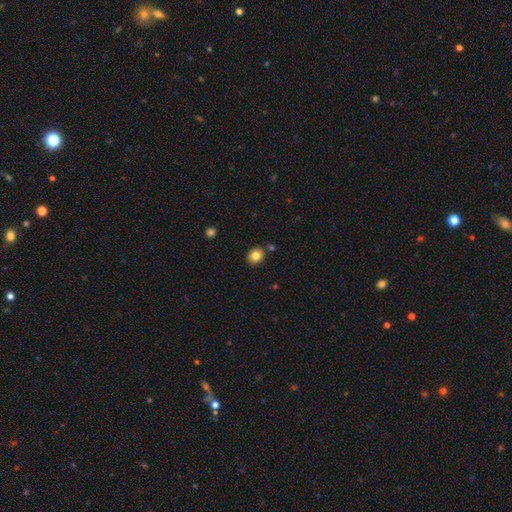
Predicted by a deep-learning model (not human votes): Overall: smooth (82%). How rounded: round (55%; in between 44%). Merging: none (83%).